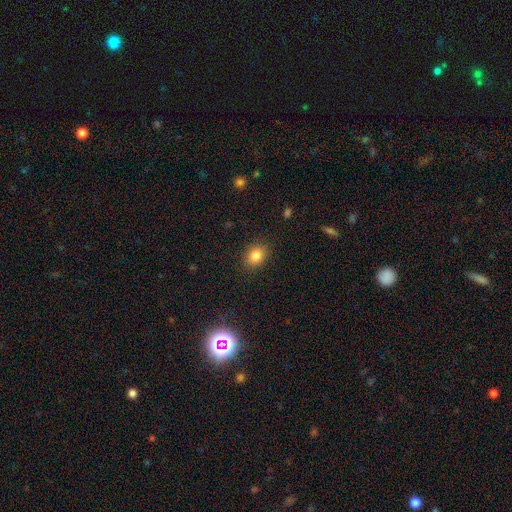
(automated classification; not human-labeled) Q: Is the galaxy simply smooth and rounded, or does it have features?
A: smooth — 84%.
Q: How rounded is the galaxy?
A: in between — 62%.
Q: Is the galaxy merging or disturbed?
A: none — 87%.